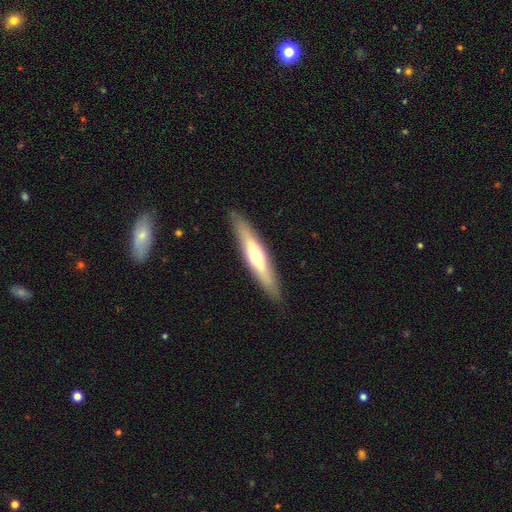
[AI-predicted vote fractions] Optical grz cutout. It shows a featured or disk galaxy (52%) viewed edge-on (84%). Merging: none (89%).